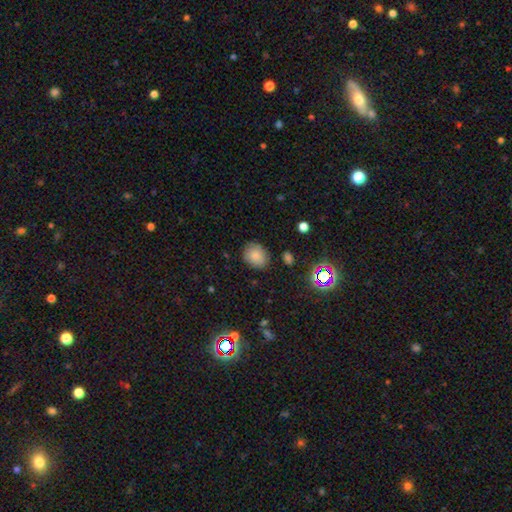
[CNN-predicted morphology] smooth_or_featured: smooth (p=0.81) [alt: star or artifact p=0.11]
how_rounded: round (p=0.59) [alt: in between p=0.40]
merging: none (p=0.81) [alt: minor disturbance p=0.14]